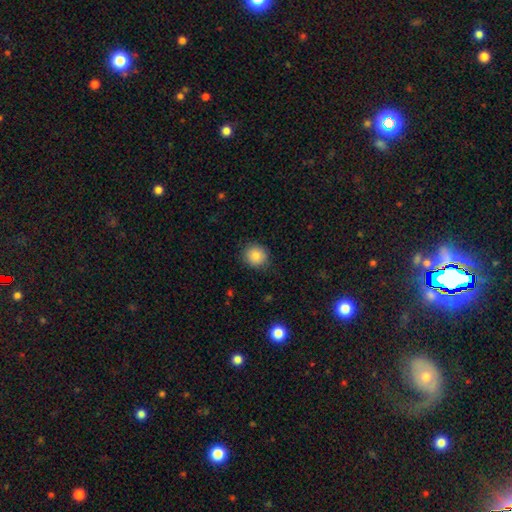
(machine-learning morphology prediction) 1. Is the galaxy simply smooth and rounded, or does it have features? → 85% smooth, 9% star or artifact, 6% featured or disk.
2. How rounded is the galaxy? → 90% round, 9% in between, 1% cigar-shaped.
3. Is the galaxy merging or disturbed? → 87% none, 10% minor disturbance, 2% major disturbance, 1% merger.